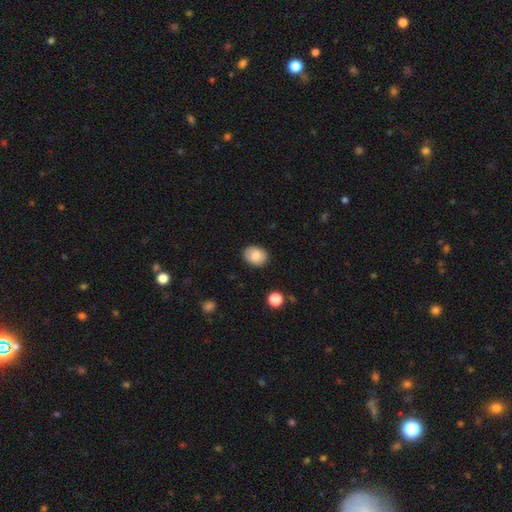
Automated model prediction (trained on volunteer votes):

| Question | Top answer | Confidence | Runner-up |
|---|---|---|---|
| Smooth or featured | smooth | 83% | featured or disk (9%) |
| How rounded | in between | 63% | round (36%) |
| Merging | none | 84% | minor disturbance (12%) |